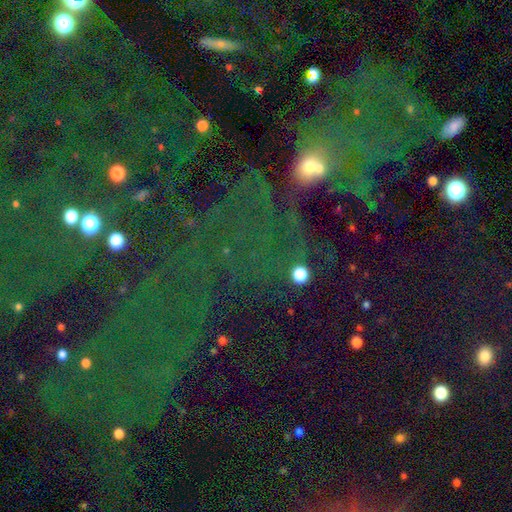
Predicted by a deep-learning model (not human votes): This is likely a star or artifact rather than a galaxy (76%).